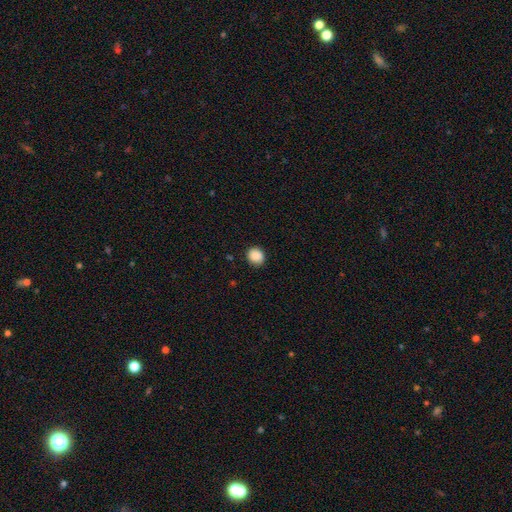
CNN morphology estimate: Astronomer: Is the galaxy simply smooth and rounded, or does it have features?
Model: smooth — 89%.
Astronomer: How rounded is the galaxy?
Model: round — 79%.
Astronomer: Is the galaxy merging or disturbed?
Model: none — 87%.